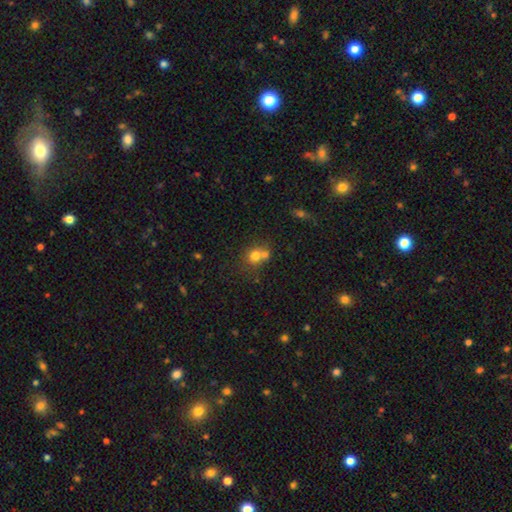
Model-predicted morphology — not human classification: Smooth or featured? Predicted: smooth (p=0.74). How rounded? Predicted: round (p=0.79). Merging? Predicted: merger (p=0.47).